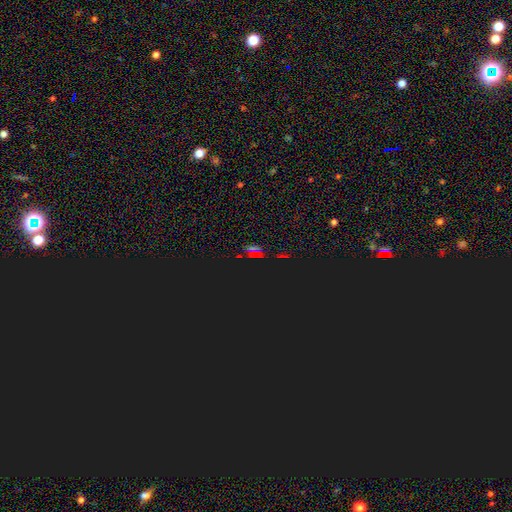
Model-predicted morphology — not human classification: This appears to be a star or artifact, not a galaxy (70%).